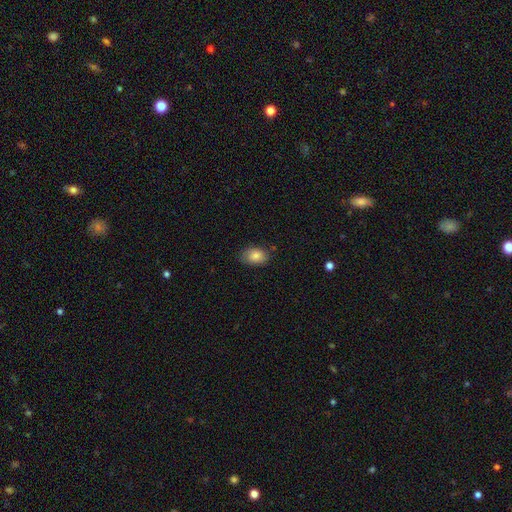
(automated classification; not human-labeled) Smooth or featured? smooth (83%)
How rounded? in between (83%)
Merging? none (75%)